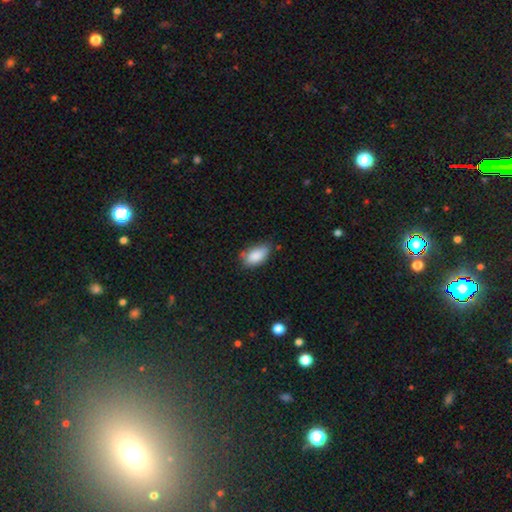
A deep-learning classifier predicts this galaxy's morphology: smooth_or_featured: smooth (p=0.85) [alt: featured or disk p=0.08]
how_rounded: in between (p=0.91) [alt: round p=0.05]
merging: none (p=0.55) [alt: minor disturbance p=0.35]